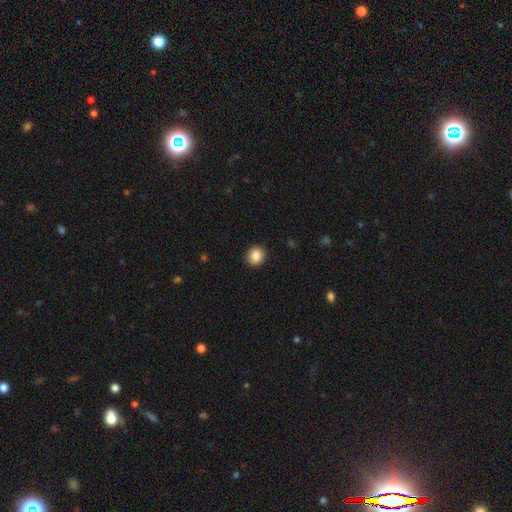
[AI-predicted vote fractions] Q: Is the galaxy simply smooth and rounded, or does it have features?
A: smooth — 86%.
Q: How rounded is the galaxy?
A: round — 85%.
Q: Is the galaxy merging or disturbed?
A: none — 92%.